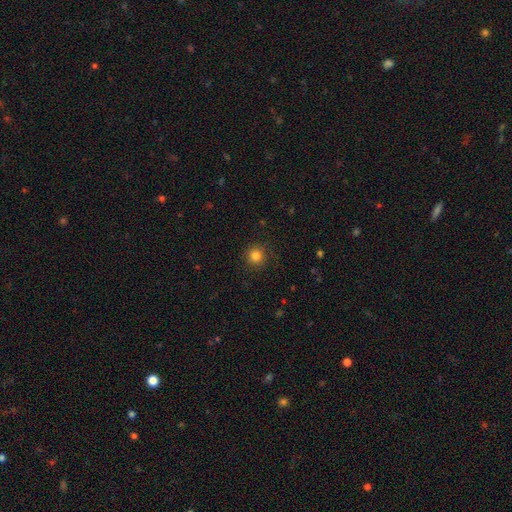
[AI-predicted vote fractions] smooth 83%, star or artifact 13%, featured or disk 5%. Down the decision tree: how rounded — round (94%); merging — none (90%).